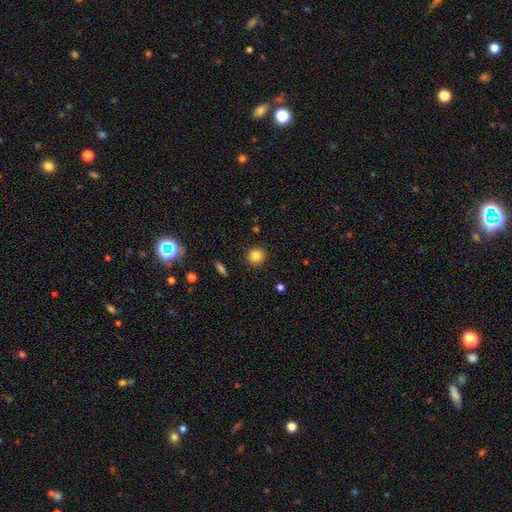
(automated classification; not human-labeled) Overall: smooth (84%). How rounded: round (90%). Merging: none (91%).